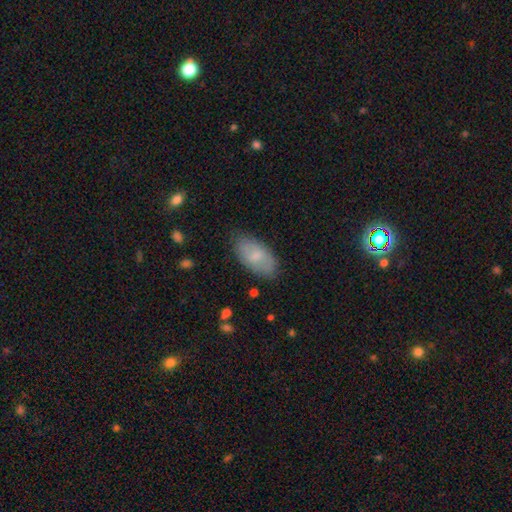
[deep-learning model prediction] Smooth or featured? smooth (74%)
How rounded? in between (94%)
Merging? none (78%)